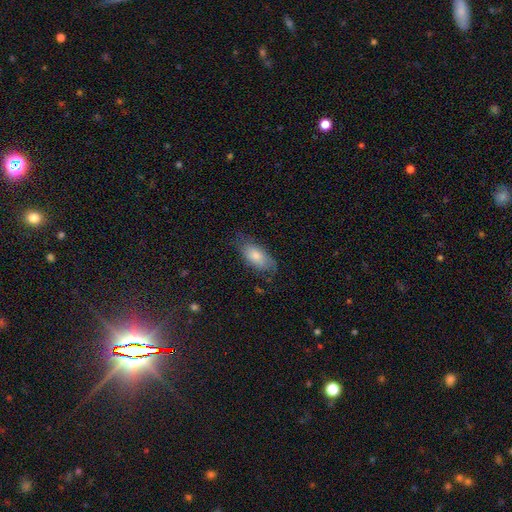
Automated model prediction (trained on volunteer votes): smooth 75%, featured or disk 18%, star or artifact 7%. Down the decision tree: how rounded — in between (88%); merging — none (63%).